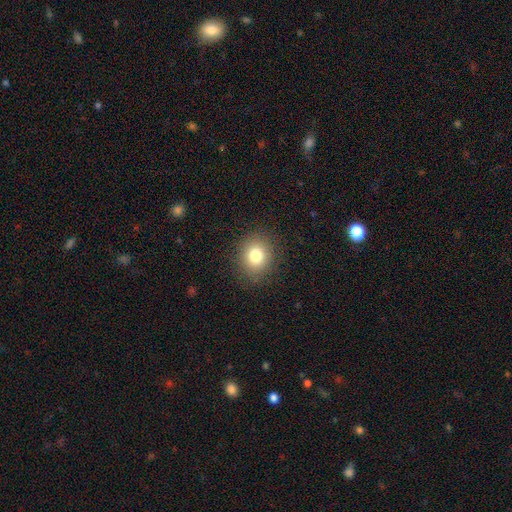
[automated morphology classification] type=smooth (80%); roundness=round (73%); merging=none (88%).